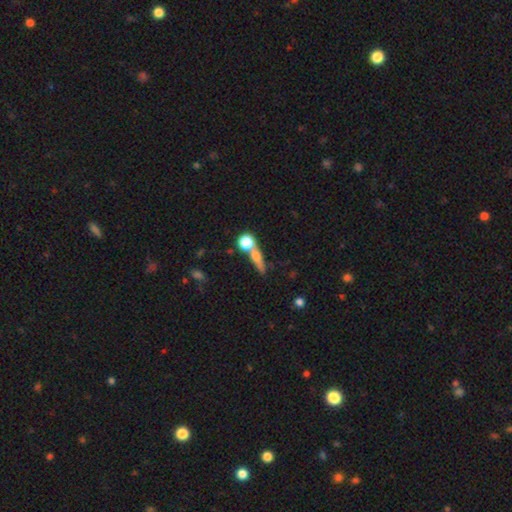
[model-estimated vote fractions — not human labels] smooth_or_featured: smooth (p=0.58) [alt: featured or disk p=0.28]
how_rounded: cigar-shaped (p=0.45) [alt: round p=0.33]
merging: none (p=0.46) [alt: merger p=0.36]